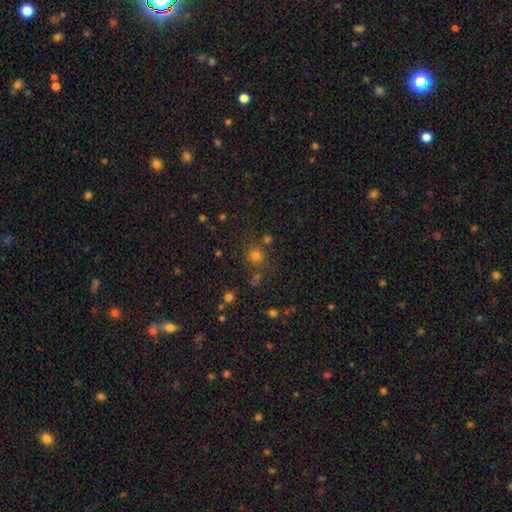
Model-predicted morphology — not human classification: smooth 68%, star or artifact 25%, featured or disk 7%. Down the decision tree: how rounded — round (90%); merging — none (77%).